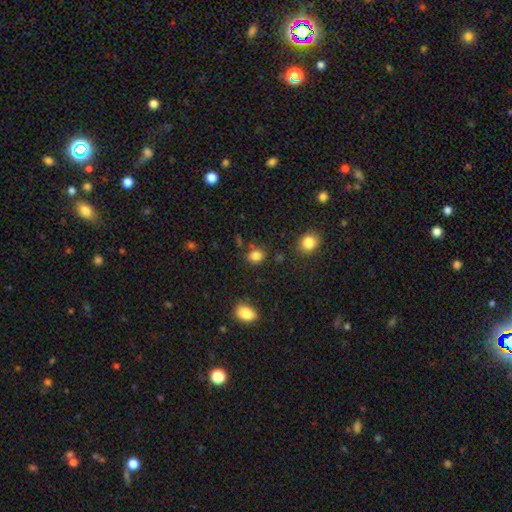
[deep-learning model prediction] Q: Smooth or featured?
A: smooth (83%); runner-up: star or artifact (12%)
Q: How rounded?
A: round (73%); runner-up: in between (26%)
Q: Merging?
A: none (80%); runner-up: minor disturbance (11%)